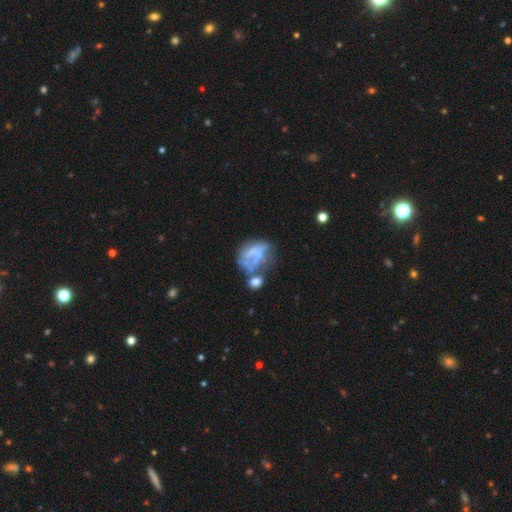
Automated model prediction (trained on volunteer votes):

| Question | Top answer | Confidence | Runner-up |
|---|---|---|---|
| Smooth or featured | featured or disk | 58% | smooth (28%) |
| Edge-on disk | no | 97% | yes (3%) |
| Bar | no | 70% | weak (20%) |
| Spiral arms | no | 72% | yes (28%) |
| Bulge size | none | 61% | small (25%) |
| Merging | major disturbance | 30% | none (29%) |